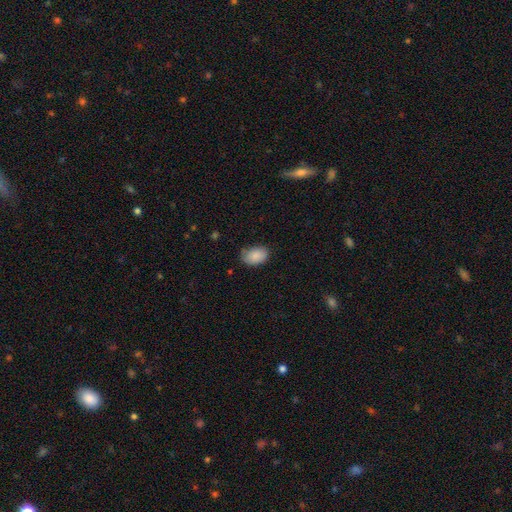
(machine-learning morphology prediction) Smooth or featured: smooth — 87% (star or artifact — 7%)
How rounded: in between — 84% (round — 15%)
Merging: none — 70% (minor disturbance — 24%)